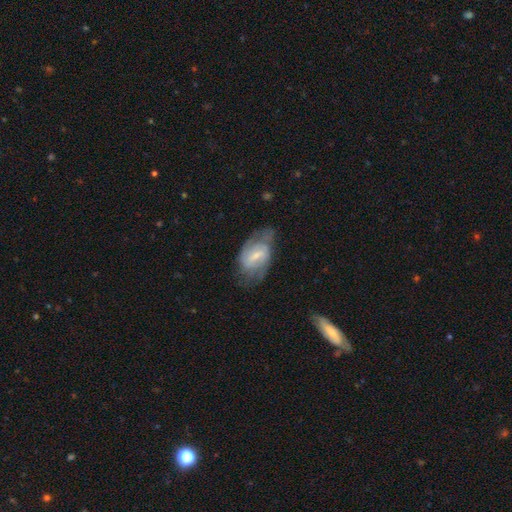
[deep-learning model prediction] This is likely a featured or disk galaxy (72%). It is clearly not viewed edge-on (96%). Bar: possibly weak (53%). Spiral arm pattern: clearly yes (83%). Spiral arm count: likely 2 (67%). Spiral winding: possibly medium (46%). Central bulge: possibly small (58%). Merging: possibly none (57%).